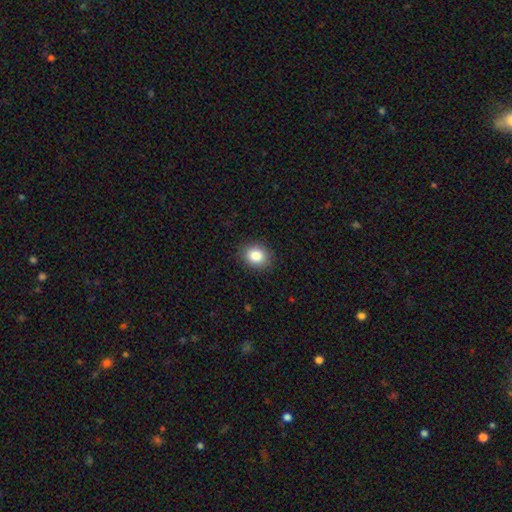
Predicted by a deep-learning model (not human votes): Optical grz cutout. It shows a smooth galaxy with no disk features (85%) that is round (55%). Merging: none (89%).